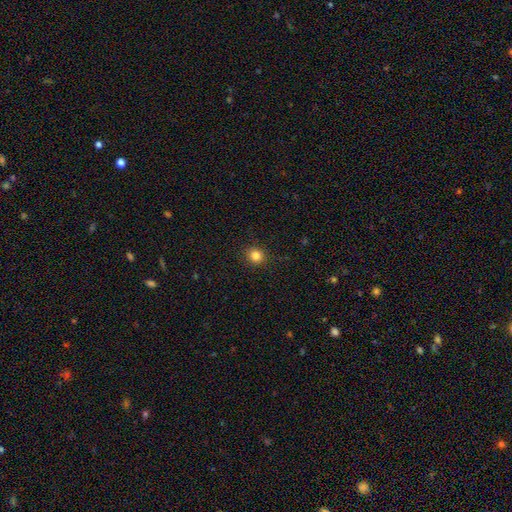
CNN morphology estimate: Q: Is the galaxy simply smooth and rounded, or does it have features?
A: smooth — 83%.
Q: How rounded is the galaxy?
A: round — 88%.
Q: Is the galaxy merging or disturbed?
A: none — 91%.